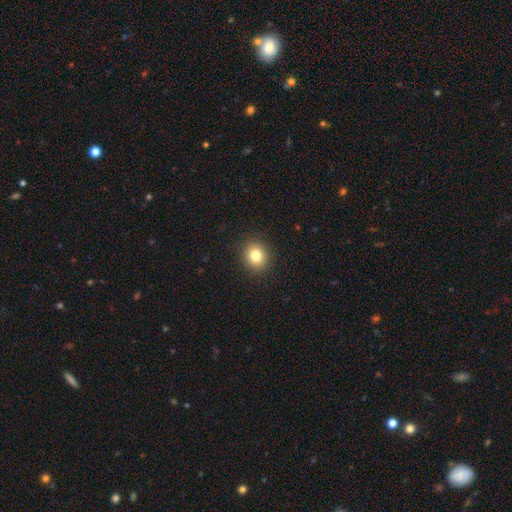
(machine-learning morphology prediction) smooth-or-featured: smooth: 81% | star or artifact: 11% | featured or disk: 7%
  how-rounded: round: 82% | in between: 17% | cigar-shaped: 1%
  merging: none: 91% | minor disturbance: 6% | major disturbance: 2% | merger: 1%